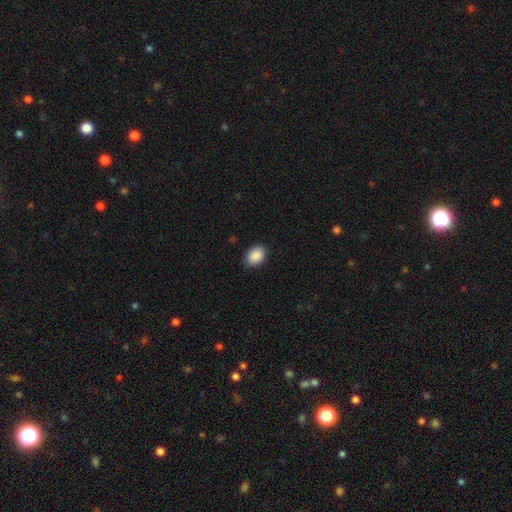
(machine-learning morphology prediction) type=smooth (89%); roundness=in between (71%); merging=none (86%).